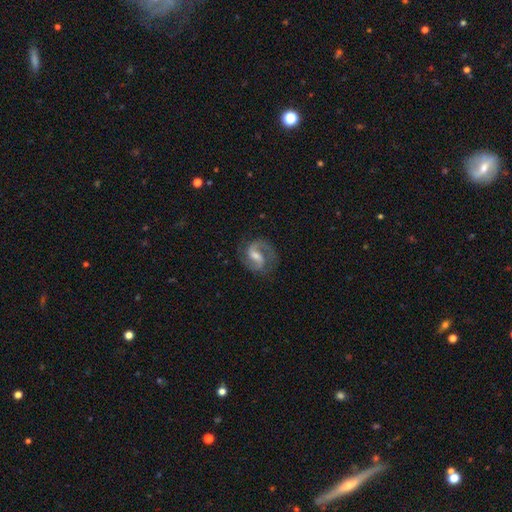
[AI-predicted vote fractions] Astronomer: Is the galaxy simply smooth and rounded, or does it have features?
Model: featured or disk — 87%.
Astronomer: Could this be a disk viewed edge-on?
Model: no — 98%.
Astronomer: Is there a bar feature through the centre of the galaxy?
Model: weak — 53% (runner-up: strong, 28%).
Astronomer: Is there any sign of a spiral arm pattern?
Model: yes — 97%.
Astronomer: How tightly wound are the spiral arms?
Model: medium — 57%.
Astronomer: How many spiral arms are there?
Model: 2 — 89%.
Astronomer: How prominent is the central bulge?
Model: moderate — 48% (runner-up: small, 39%).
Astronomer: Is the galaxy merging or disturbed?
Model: none — 78%.